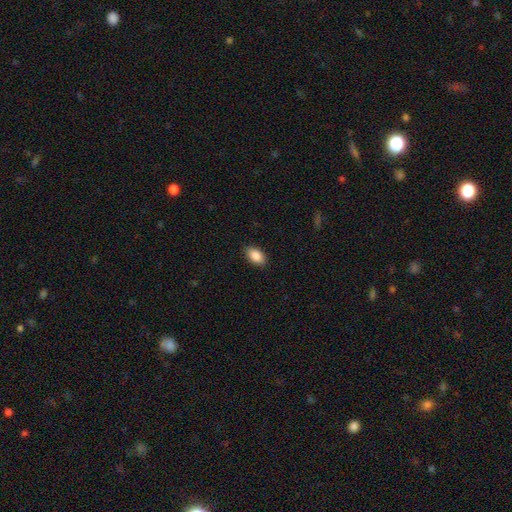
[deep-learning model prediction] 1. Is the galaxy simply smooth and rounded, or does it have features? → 89% smooth, 7% star or artifact, 4% featured or disk.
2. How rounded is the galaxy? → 92% in between, 6% round, 2% cigar-shaped.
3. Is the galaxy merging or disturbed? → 89% none, 8% minor disturbance, 2% major disturbance, 1% merger.